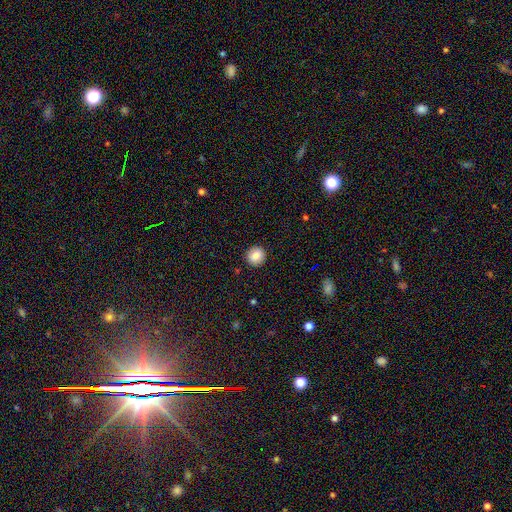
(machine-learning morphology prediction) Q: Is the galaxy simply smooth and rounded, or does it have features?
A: smooth — 85%.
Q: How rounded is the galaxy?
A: round — 94%.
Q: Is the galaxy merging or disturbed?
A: none — 92%.